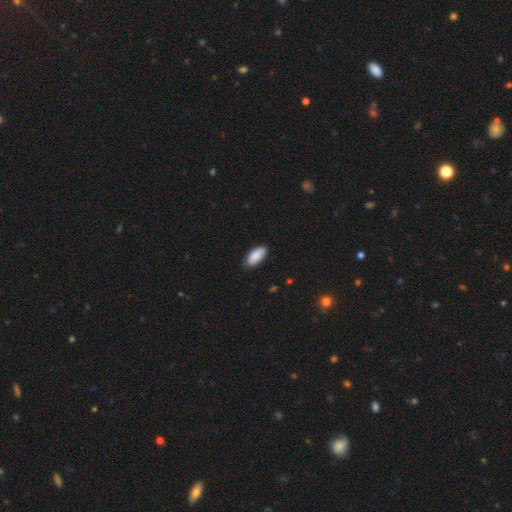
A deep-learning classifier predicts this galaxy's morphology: Overall: smooth (87%). How rounded: in between (91%). Merging: none (82%).